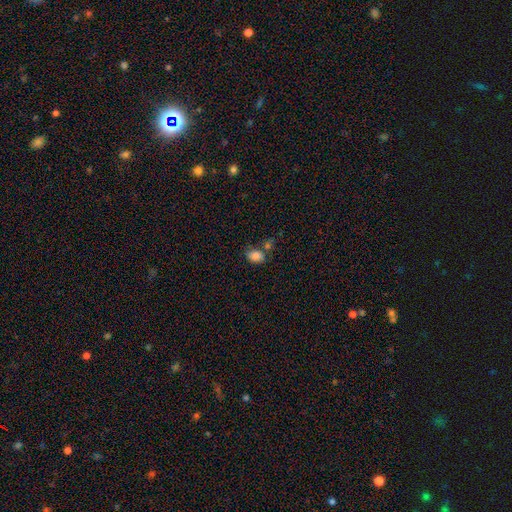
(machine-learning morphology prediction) This appears to be a smooth galaxy with no disk features (83%) that is in between round and cigar-shaped (70%). Merging: none (59%).